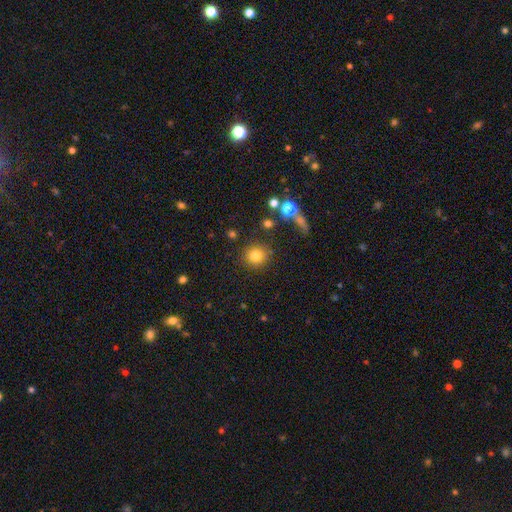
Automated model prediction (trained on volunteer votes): smooth 81%, star or artifact 12%, featured or disk 7%. Down the decision tree: how rounded — round (89%); merging — none (84%).